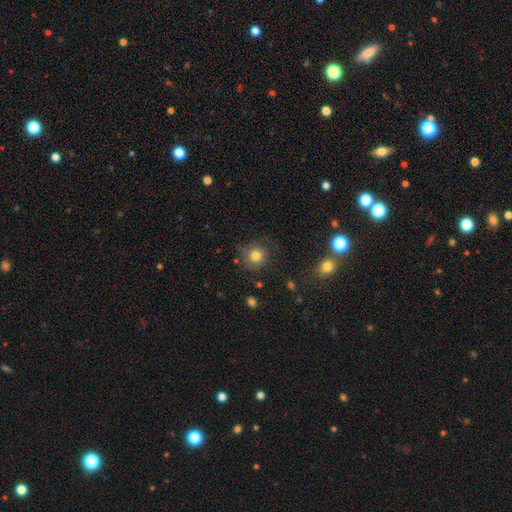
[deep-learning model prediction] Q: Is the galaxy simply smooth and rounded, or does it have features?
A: smooth — 81%.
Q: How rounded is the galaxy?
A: round — 91%.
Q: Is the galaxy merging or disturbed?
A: none — 78%.